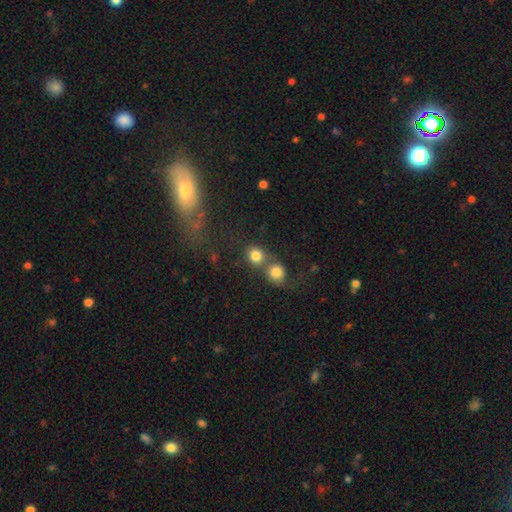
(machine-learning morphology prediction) Overall: smooth (81%). How rounded: round (84%). Merging: merger (50%; none 39%).